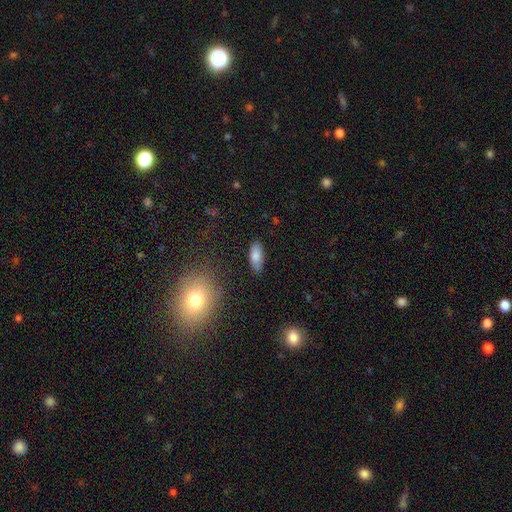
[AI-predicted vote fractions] smooth_or_featured: smooth (p=0.83) [alt: featured or disk p=0.09]
how_rounded: in between (p=0.82) [alt: cigar-shaped p=0.15]
merging: none (p=0.82) [alt: minor disturbance p=0.13]